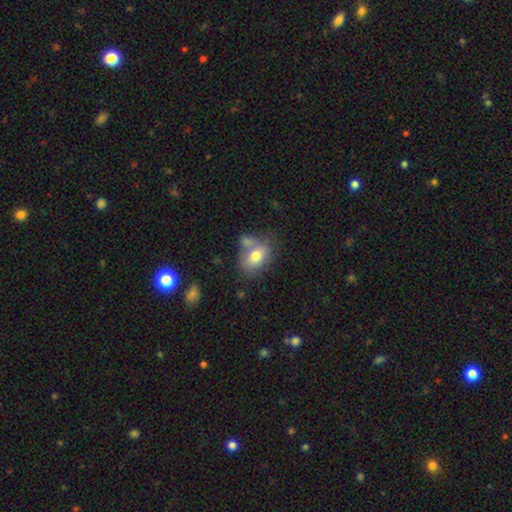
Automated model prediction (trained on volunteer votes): smooth_or_featured: smooth (p=0.73) [alt: featured or disk p=0.19]
how_rounded: in between (p=0.77) [alt: round p=0.22]
merging: none (p=0.43) [alt: merger p=0.31]